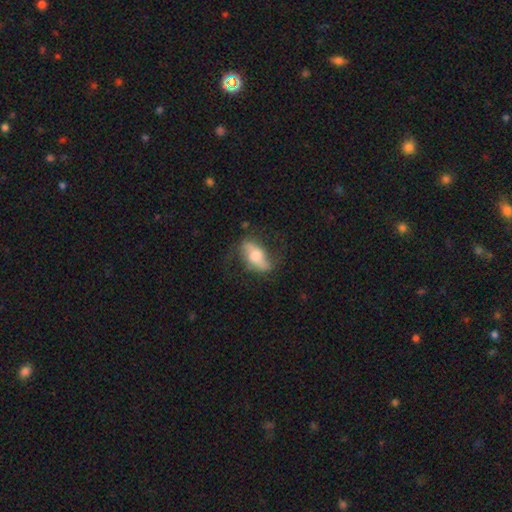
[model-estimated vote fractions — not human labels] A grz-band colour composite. It shows a featured or disk galaxy (55%). Merging: none (68%).